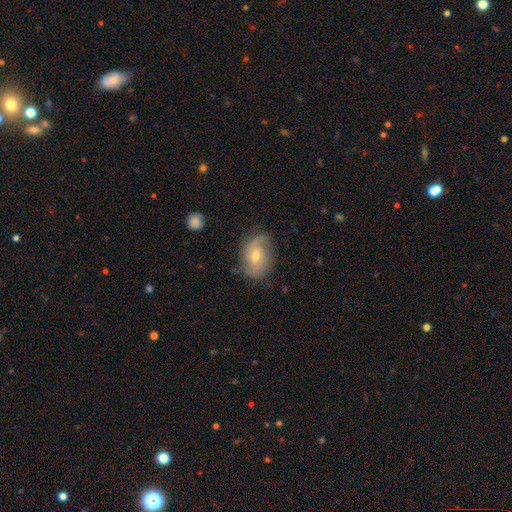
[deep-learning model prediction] Q: Smooth or featured?
A: featured or disk (68%); runner-up: smooth (24%)
Q: Edge-on disk?
A: no (96%); runner-up: yes (4%)
Q: Bar?
A: no (62%); runner-up: weak (31%)
Q: Spiral arms?
A: yes (89%); runner-up: no (11%)
Q: Spiral winding?
A: medium (39%); runner-up: loose (36%)
Q: Spiral arm count?
A: 2 (64%); runner-up: can't tell (15%)
Q: Bulge size?
A: moderate (49%); runner-up: small (47%)
Q: Merging?
A: none (69%); runner-up: minor disturbance (22%)